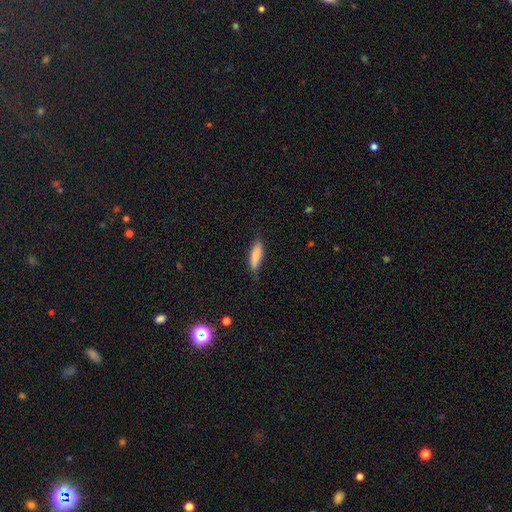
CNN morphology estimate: Q: Smooth or featured?
A: smooth (83%); runner-up: featured or disk (11%)
Q: How rounded?
A: cigar-shaped (56%); runner-up: in between (42%)
Q: Merging?
A: none (73%); runner-up: minor disturbance (21%)